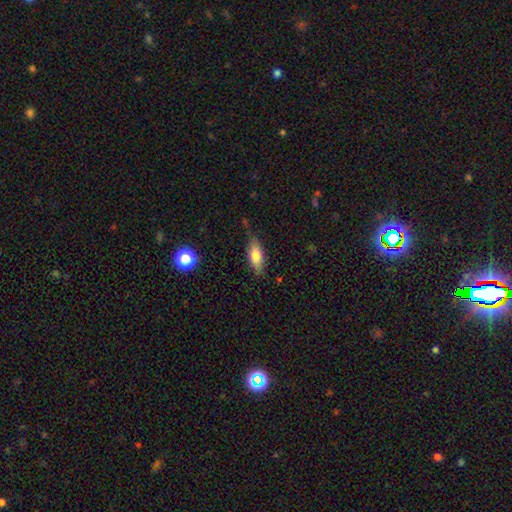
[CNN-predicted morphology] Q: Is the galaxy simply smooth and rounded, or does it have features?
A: smooth — 71%.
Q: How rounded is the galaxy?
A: in between — 72%.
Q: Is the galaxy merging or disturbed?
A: none — 73%.